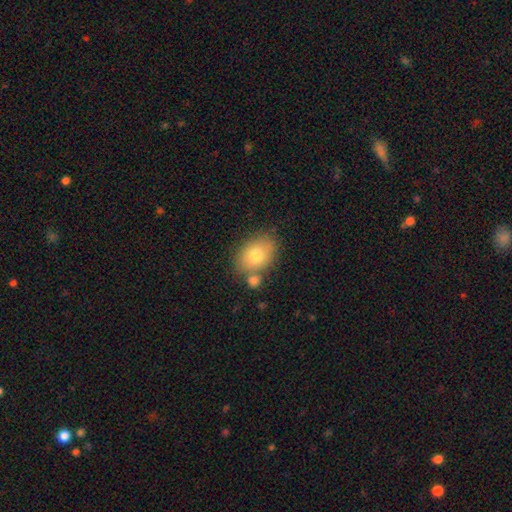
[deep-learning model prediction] smooth_or_featured: smooth (p=0.75) [alt: featured or disk p=0.16]
how_rounded: in between (p=0.73) [alt: round p=0.26]
merging: none (p=0.65) [alt: merger p=0.16]